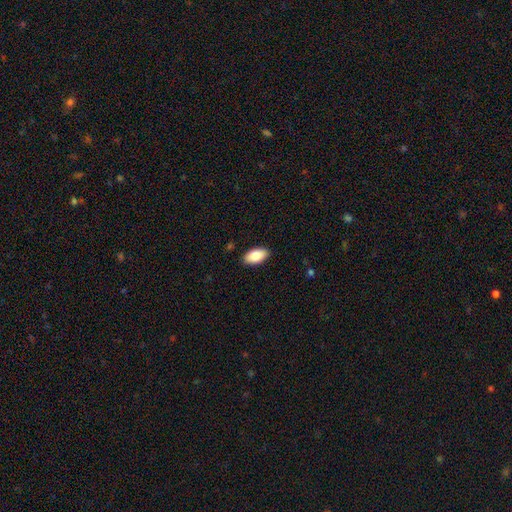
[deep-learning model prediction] smooth_or_featured: smooth (p=0.85) [alt: featured or disk p=0.09]
how_rounded: in between (p=0.94) [alt: cigar-shaped p=0.03]
merging: none (p=0.88) [alt: minor disturbance p=0.09]